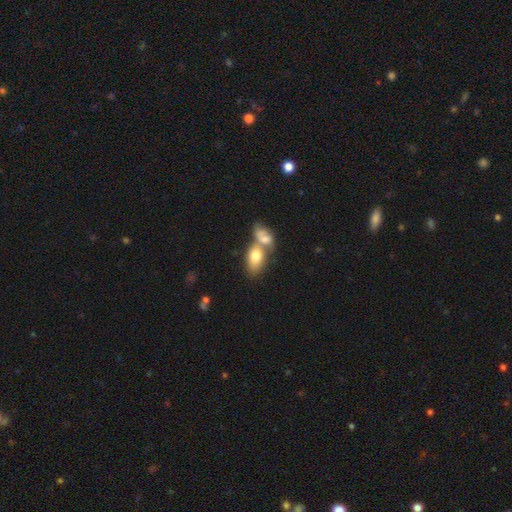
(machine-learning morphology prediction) smooth_or_featured: smooth (p=0.76) [alt: featured or disk p=0.17]
how_rounded: in between (p=0.89) [alt: round p=0.08]
merging: merger (p=0.63) [alt: none p=0.25]